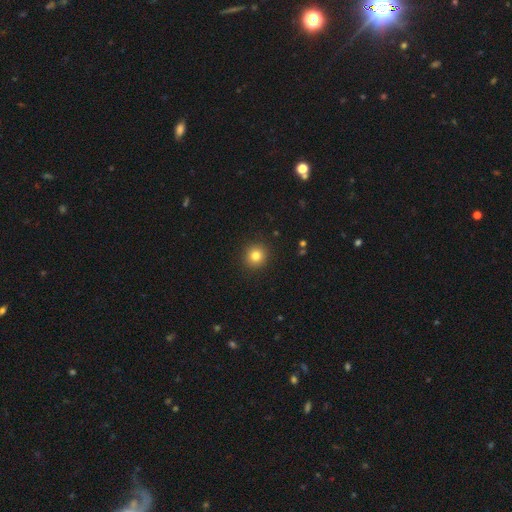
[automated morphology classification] Overall: smooth (81%). How rounded: round (93%). Merging: none (92%).